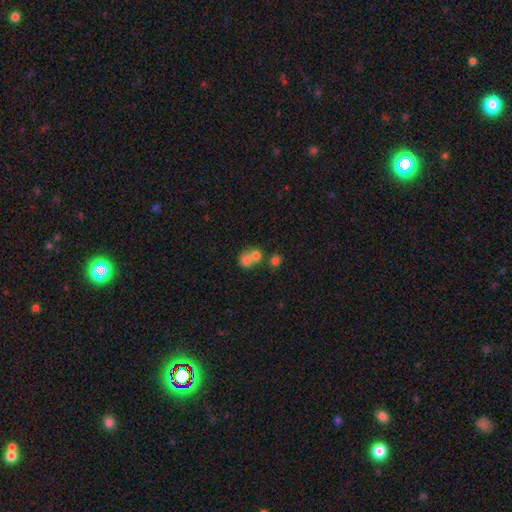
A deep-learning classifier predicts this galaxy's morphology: This is likely a smooth galaxy (70%). How rounded: likely round (63%). Merging: likely merger (64%).